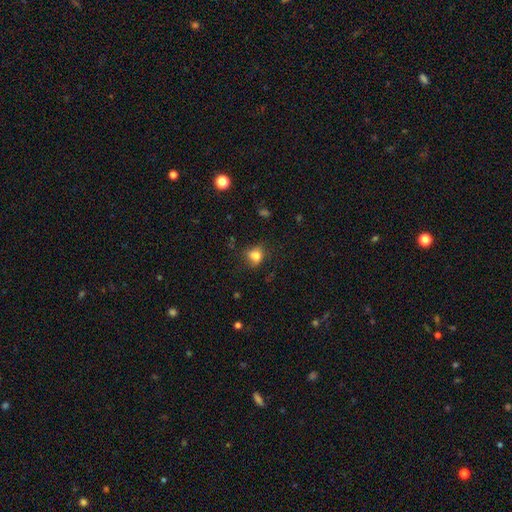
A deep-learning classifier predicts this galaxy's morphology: This appears to be a smooth galaxy with no disk features (79%) that is round (51%). Merging: none (60%).